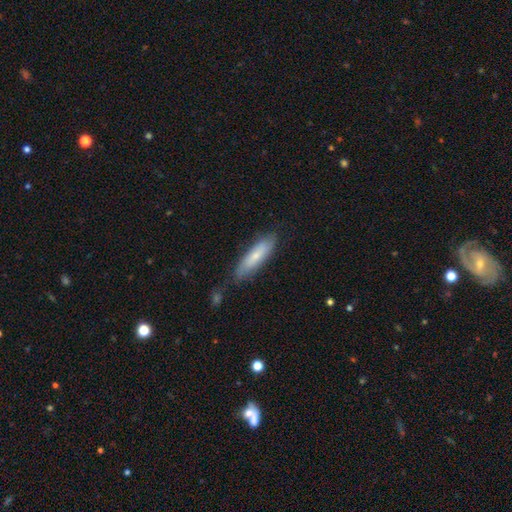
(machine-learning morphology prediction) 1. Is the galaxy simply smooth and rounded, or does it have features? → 65% smooth, 29% featured or disk, 6% star or artifact.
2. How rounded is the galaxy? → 63% cigar-shaped, 36% in between, 2% round.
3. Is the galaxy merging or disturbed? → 73% none, 20% minor disturbance, 4% major disturbance, 3% merger.